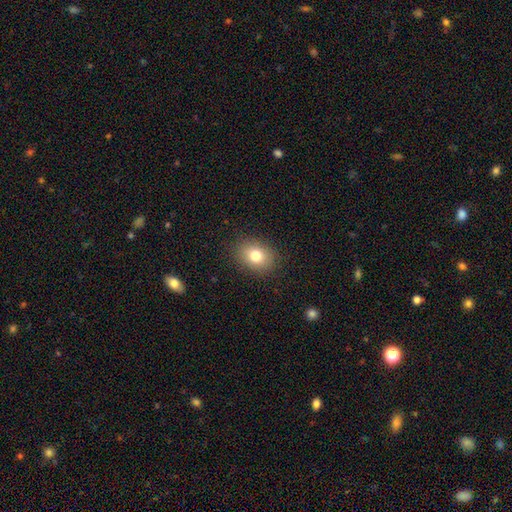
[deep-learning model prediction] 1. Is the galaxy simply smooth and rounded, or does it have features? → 79% smooth, 11% star or artifact, 10% featured or disk.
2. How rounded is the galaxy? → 55% in between, 44% round, 1% cigar-shaped.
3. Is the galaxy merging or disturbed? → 88% none, 8% minor disturbance, 3% major disturbance, 1% merger.